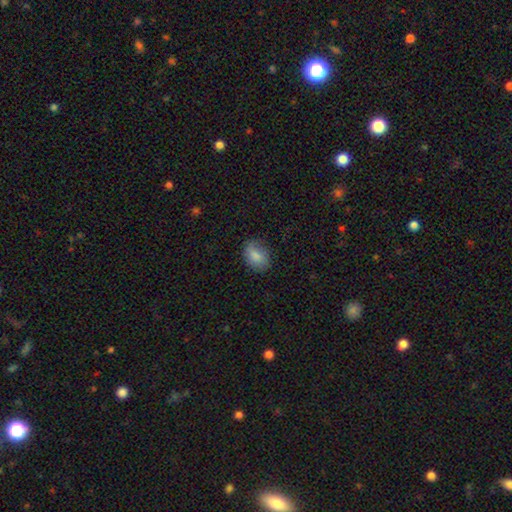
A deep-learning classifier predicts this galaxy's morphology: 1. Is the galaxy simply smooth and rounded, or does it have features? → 82% smooth, 11% featured or disk, 8% star or artifact.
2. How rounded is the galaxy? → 78% in between, 21% round, 2% cigar-shaped.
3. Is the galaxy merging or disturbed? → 72% none, 21% minor disturbance, 5% major disturbance, 1% merger.